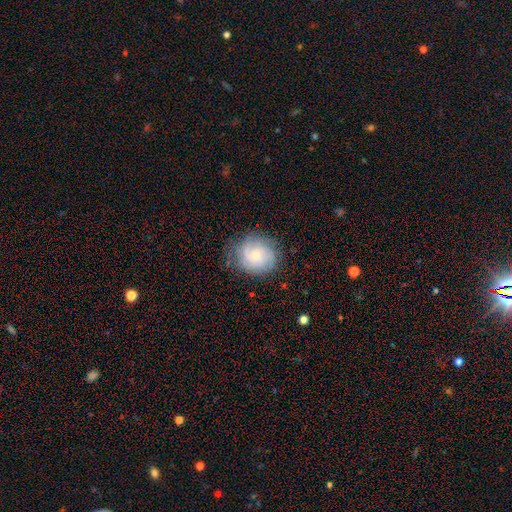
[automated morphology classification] Q: Smooth or featured?
A: featured or disk (50%); runner-up: smooth (41%)
Q: Edge-on disk?
A: no (98%); runner-up: yes (2%)
Q: Merging?
A: none (70%); runner-up: minor disturbance (21%)